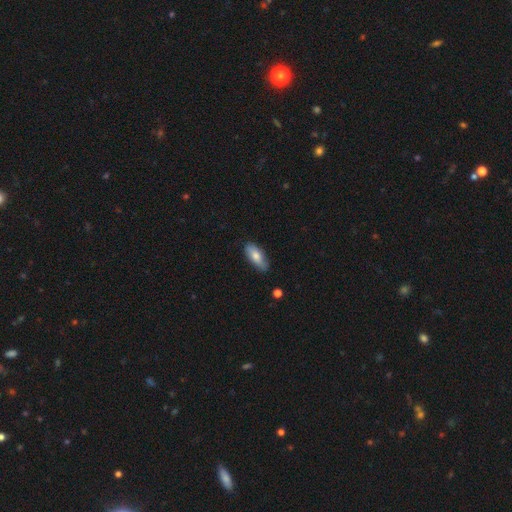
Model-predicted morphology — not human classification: Q: Smooth or featured?
A: smooth (74%); runner-up: featured or disk (20%)
Q: How rounded?
A: in between (78%); runner-up: cigar-shaped (19%)
Q: Merging?
A: none (81%); runner-up: minor disturbance (15%)